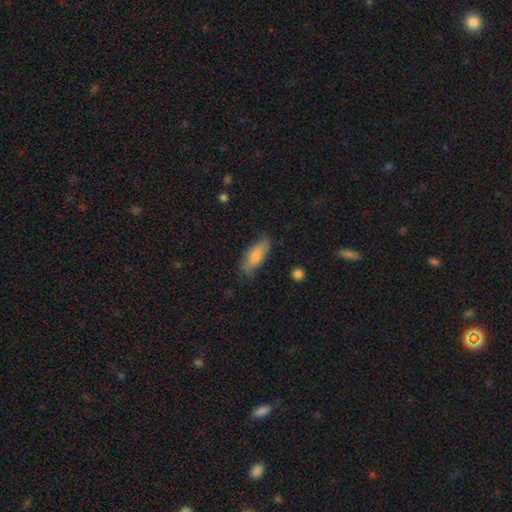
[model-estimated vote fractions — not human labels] Smooth or featured: smooth — 76% (featured or disk — 18%)
How rounded: in between — 72% (cigar-shaped — 25%)
Merging: none — 67% (minor disturbance — 25%)